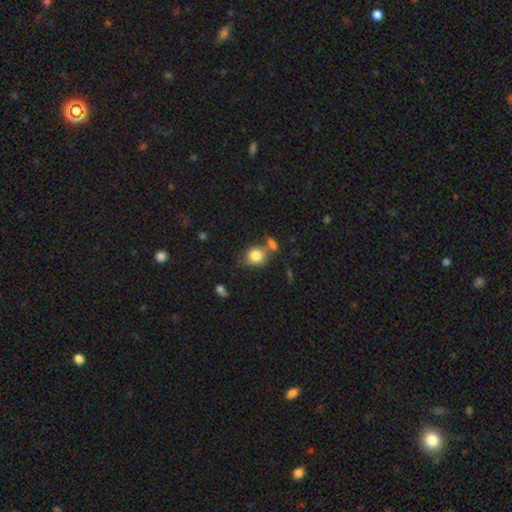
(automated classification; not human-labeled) smooth_or_featured: smooth (p=0.83) [alt: star or artifact p=0.09]
how_rounded: round (p=0.71) [alt: in between p=0.27]
merging: none (p=0.60) [alt: merger p=0.21]